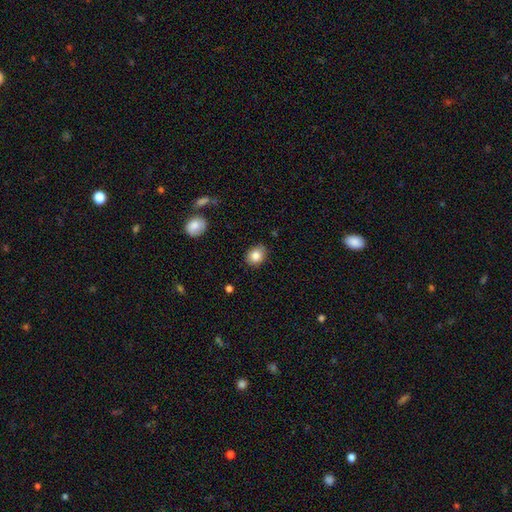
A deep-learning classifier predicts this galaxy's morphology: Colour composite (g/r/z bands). It shows a smooth galaxy with no disk features (84%) that is round (52%). Merging: none (84%).